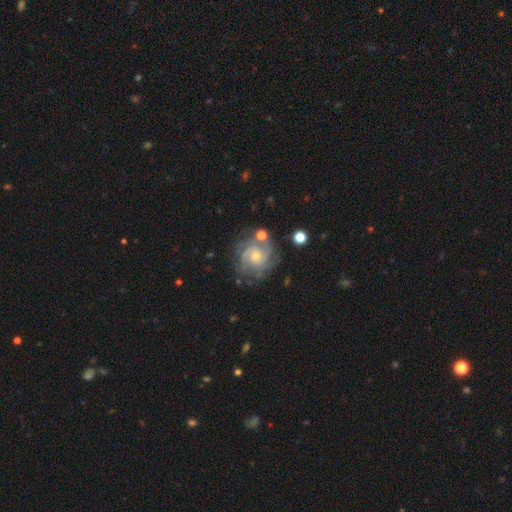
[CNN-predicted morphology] Smooth or featured? featured or disk (84%)
Edge-on disk? no (98%)
Bar? no (70%)
Spiral arms? yes (97%)
Spiral winding? tight (57%)
Spiral arm count? 3 (34%)
Bulge size? small (61%)
Merging? none (71%)